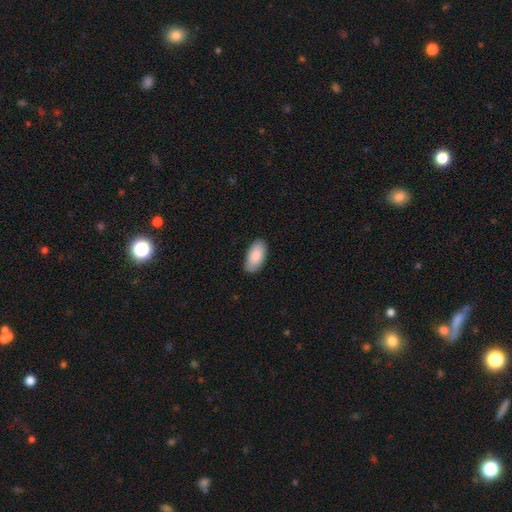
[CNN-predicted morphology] Smooth or featured?
  - smooth: 88% *
  - featured or disk: 6%
  - star or artifact: 5%
How rounded?
  - in between: 95% *
  - cigar-shaped: 3%
  - round: 2%
Merging?
  - none: 87% *
  - minor disturbance: 10%
  - major disturbance: 2%
  - merger: 1%